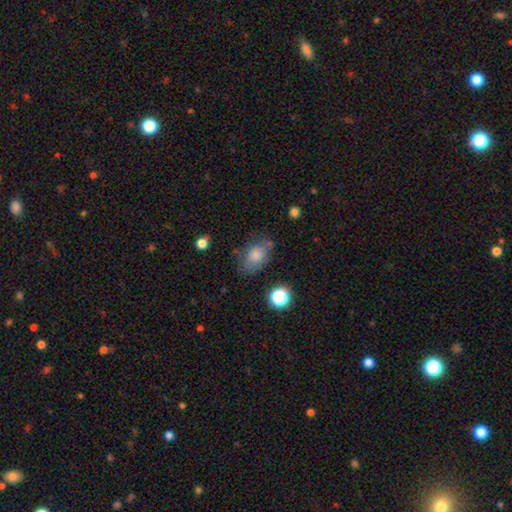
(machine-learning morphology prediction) type=smooth (74%); roundness=in between (80%); merging=none (63%).